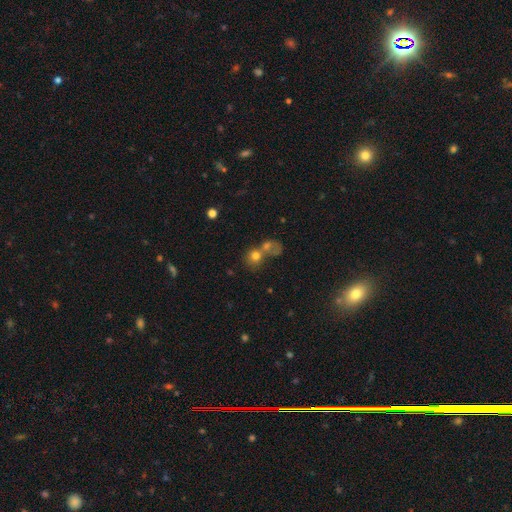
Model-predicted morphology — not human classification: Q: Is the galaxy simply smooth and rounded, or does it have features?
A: smooth — 70%.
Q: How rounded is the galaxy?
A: round — 75%.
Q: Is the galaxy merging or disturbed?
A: merger — 63%.